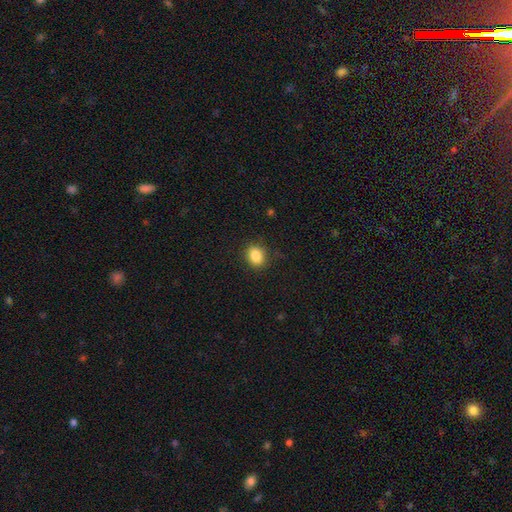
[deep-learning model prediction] This is clearly a smooth galaxy (86%). How rounded: possibly in between (50%). Merging: clearly none (86%).